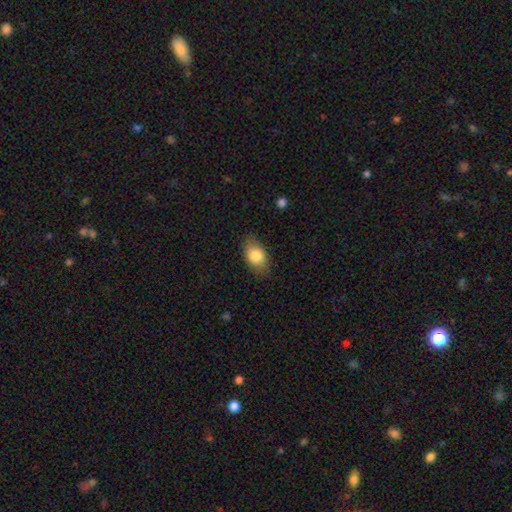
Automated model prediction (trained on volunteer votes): Morphology: type=smooth (82%); roundness=in between (88%); merging=none (81%).